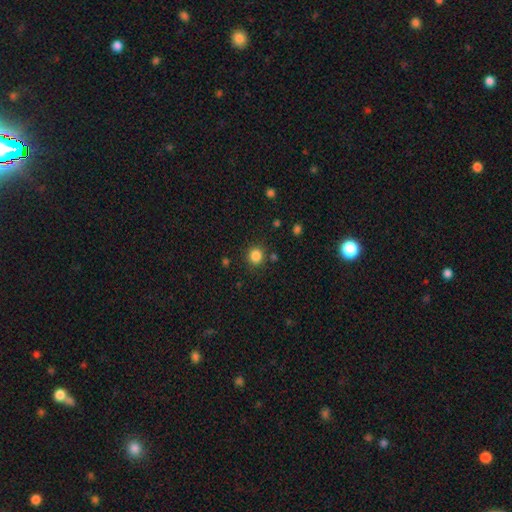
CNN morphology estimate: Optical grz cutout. It shows a smooth galaxy with no disk features (85%) that is round (91%). Merging: none (87%).